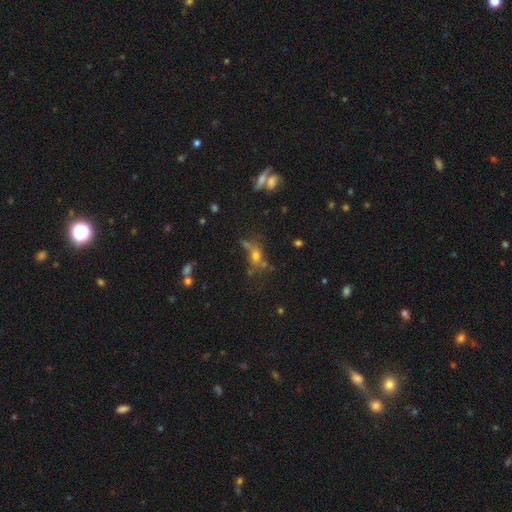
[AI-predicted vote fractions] This is marginally a star or artifact rather than a galaxy (38%).